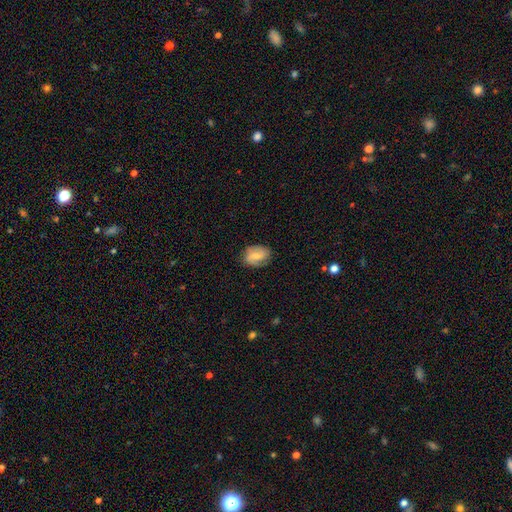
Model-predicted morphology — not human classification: This appears to be a smooth galaxy with no disk features (57%) that is in between round and cigar-shaped (76%). Merging: none (74%).